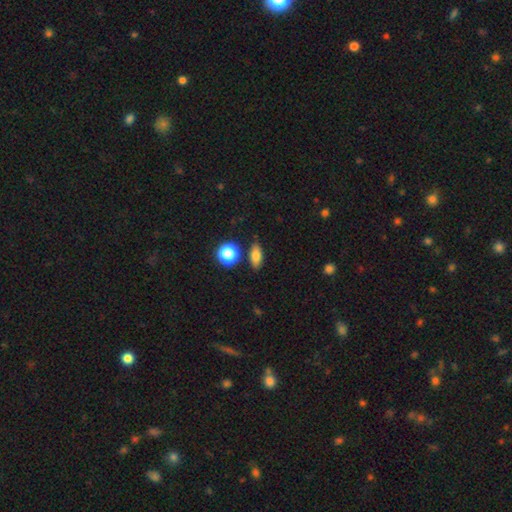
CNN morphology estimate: A smooth galaxy with no disk features (79%) that is in between round and cigar-shaped (70%).

Vote fractions:
- Smooth or featured? smooth: 79% / featured or disk: 11% / star or artifact: 10%
- How rounded? in between: 70% / cigar-shaped: 16% / round: 15%
- Merging? none: 81% / minor disturbance: 11% / merger: 5% / major disturbance: 3%